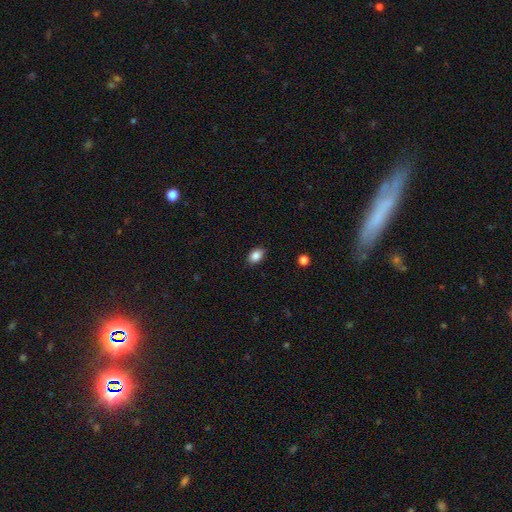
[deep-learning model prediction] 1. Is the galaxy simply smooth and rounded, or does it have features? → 86% smooth, 8% star or artifact, 5% featured or disk.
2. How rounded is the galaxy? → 85% in between, 13% round, 1% cigar-shaped.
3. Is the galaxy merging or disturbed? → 88% none, 9% minor disturbance, 2% major disturbance, 1% merger.